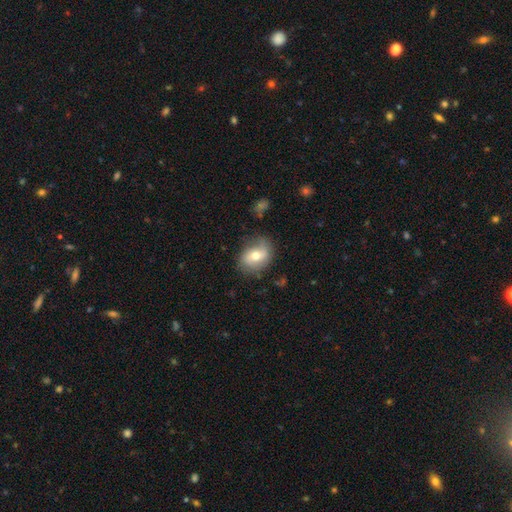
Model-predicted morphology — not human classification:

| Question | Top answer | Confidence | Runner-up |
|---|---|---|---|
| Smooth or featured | smooth | 52% | featured or disk (40%) |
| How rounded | in between | 62% | round (36%) |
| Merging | none | 72% | minor disturbance (20%) |